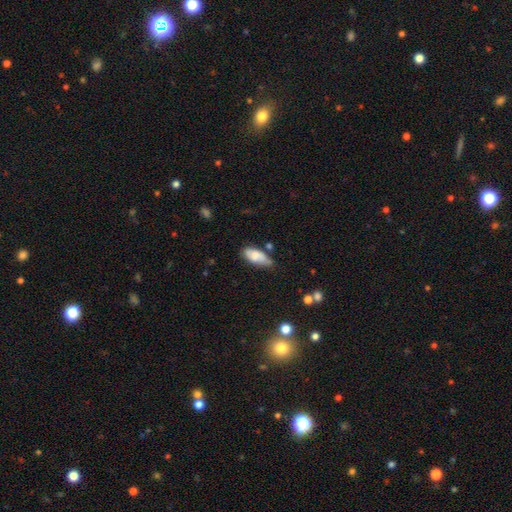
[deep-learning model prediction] This appears to be a smooth galaxy with no disk features (73%) that is in between round and cigar-shaped (85%). Merging: none (52%).